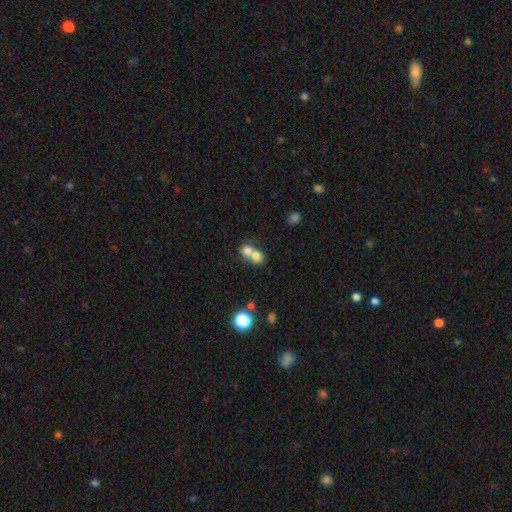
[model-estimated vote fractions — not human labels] A smooth galaxy with no disk features (74%) that is round (70%). Merging: merger (69%).